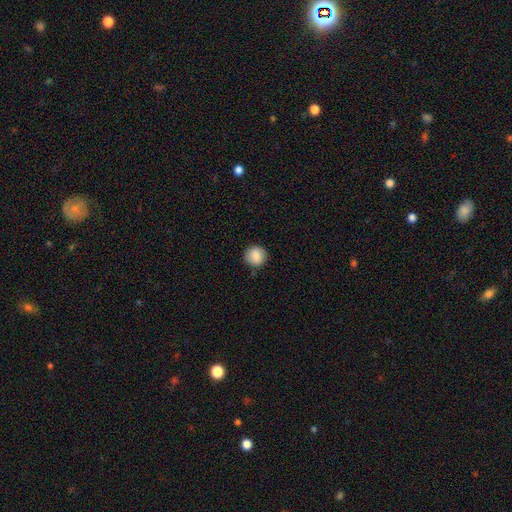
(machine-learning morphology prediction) Overall: smooth (86%). How rounded: round (91%). Merging: none (86%).